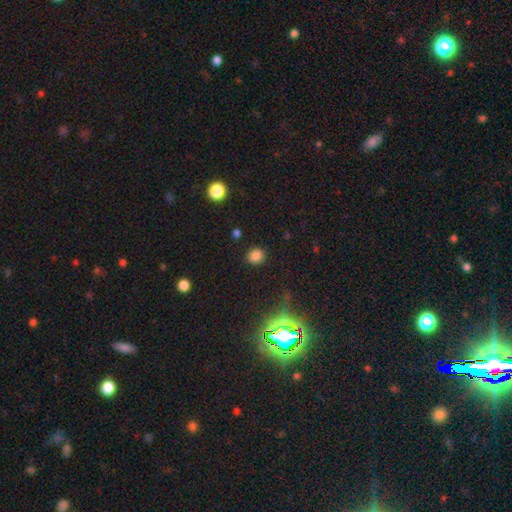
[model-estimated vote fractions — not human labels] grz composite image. It shows a smooth galaxy with no disk features (78%) that is round (74%). Merging: none (87%).